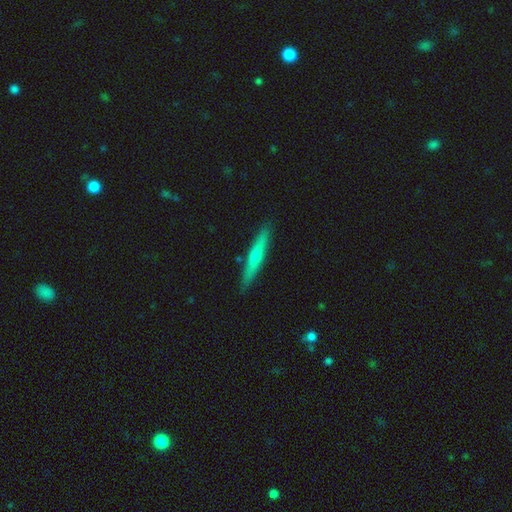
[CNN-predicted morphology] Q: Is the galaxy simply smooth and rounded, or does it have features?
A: smooth — 52%.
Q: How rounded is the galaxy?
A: cigar-shaped — 94%.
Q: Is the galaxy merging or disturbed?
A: none — 89%.